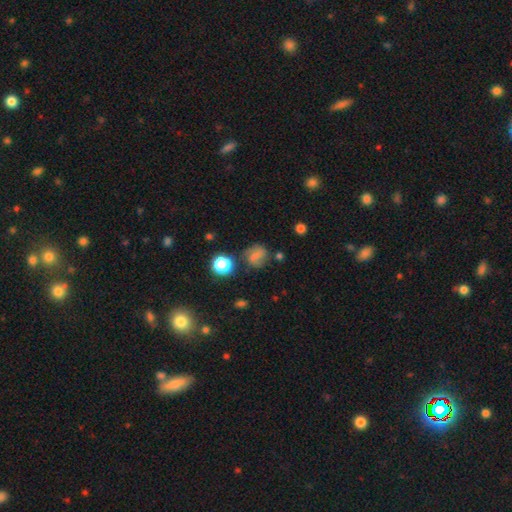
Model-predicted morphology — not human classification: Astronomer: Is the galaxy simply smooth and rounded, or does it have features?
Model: smooth — 55%.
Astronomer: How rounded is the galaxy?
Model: round — 72%.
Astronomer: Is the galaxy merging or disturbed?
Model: none — 59%.